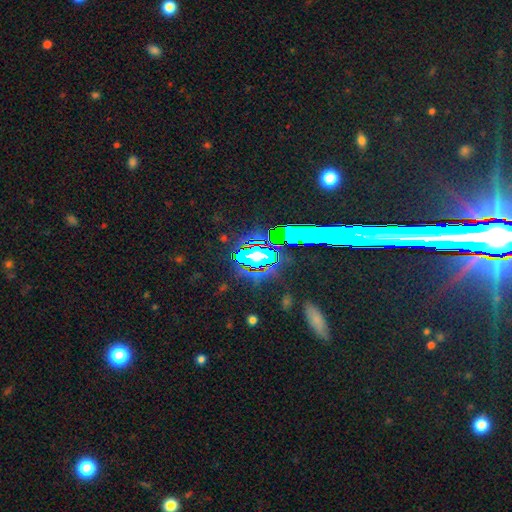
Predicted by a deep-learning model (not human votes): A star or artifact, not a galaxy (64%).